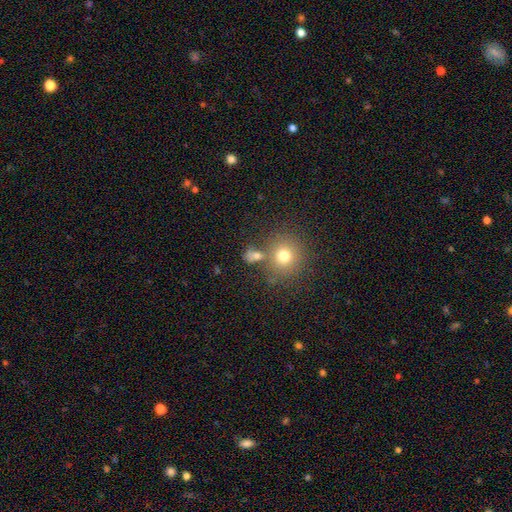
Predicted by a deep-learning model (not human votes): Morphology: type=smooth (69%); roundness=round (63%); merging=none (53%).